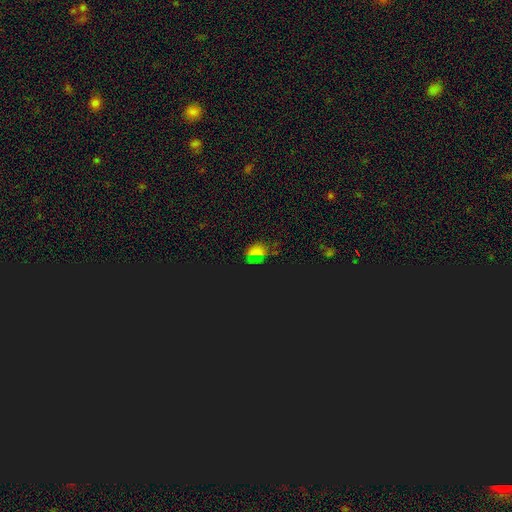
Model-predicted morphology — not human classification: Smooth or featured? Predicted: star or artifact (p=0.57).